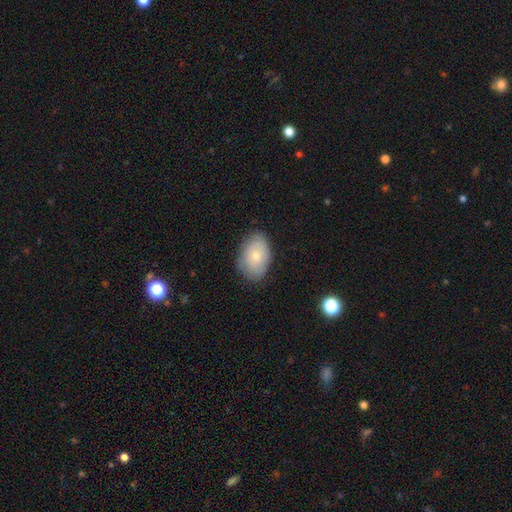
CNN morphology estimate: type=smooth (70%); roundness=in between (85%); merging=none (79%).